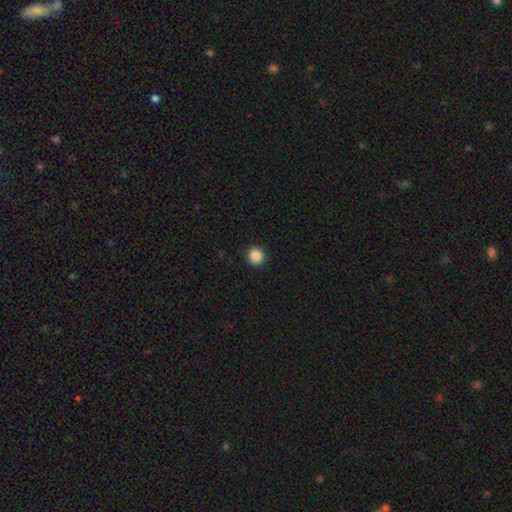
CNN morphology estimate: A smooth galaxy with no disk features (87%) that is round (93%). Merging: none (92%).